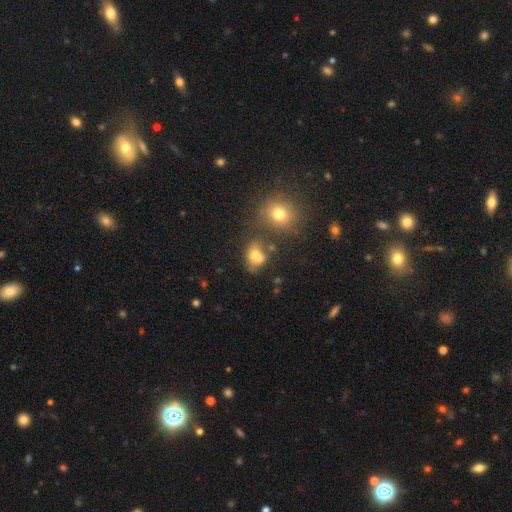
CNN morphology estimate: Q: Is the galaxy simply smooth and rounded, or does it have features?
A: smooth — 66%.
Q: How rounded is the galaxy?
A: in between — 53%.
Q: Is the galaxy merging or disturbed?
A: merger — 44%.